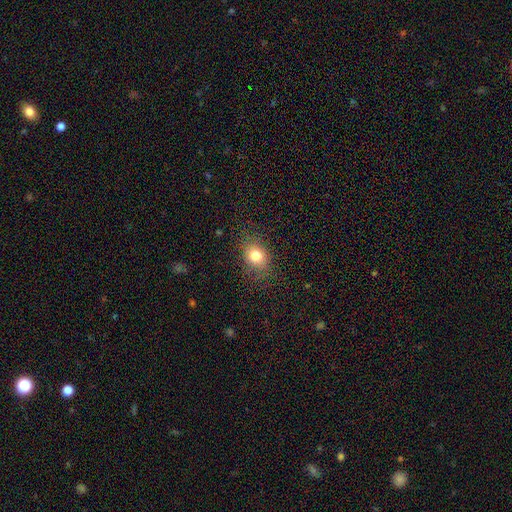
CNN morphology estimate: A smooth galaxy with no disk features (79%) that is in between round and cigar-shaped (54%).

Vote fractions:
- Smooth or featured? smooth: 79% / star or artifact: 12% / featured or disk: 10%
- How rounded? in between: 54% / round: 45% / cigar-shaped: 1%
- Merging? none: 79% / minor disturbance: 14% / major disturbance: 6% / merger: 1%